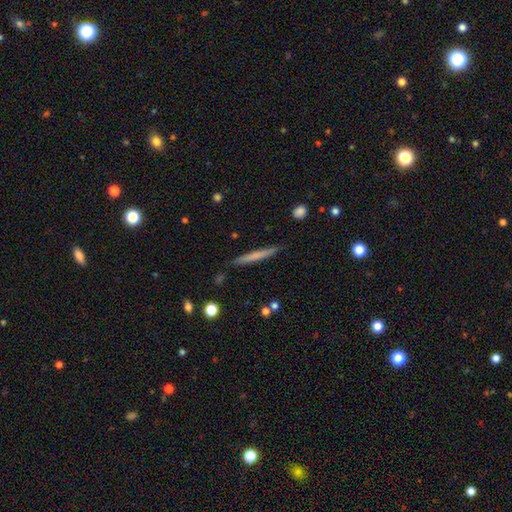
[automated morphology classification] Smooth or featured?
  - smooth: 60% *
  - featured or disk: 34%
  - star or artifact: 6%
How rounded?
  - cigar-shaped: 96% *
  - in between: 3%
  - round: 1%
Merging?
  - none: 88% *
  - minor disturbance: 9%
  - major disturbance: 2%
  - merger: 2%